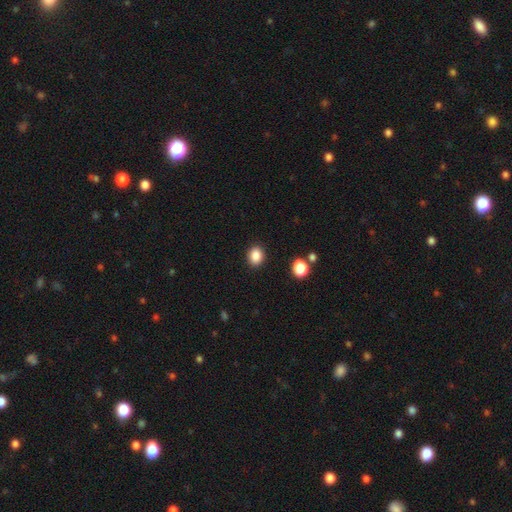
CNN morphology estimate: This is clearly a smooth galaxy (86%). How rounded: possibly round (51%). Merging: clearly none (89%).